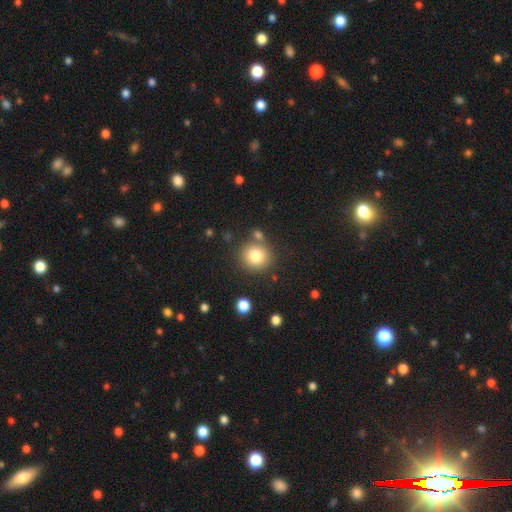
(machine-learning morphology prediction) Smooth or featured?
  - smooth: 81% *
  - star or artifact: 11%
  - featured or disk: 9%
How rounded?
  - round: 89% *
  - in between: 10%
  - cigar-shaped: 1%
Merging?
  - none: 77% *
  - merger: 11%
  - minor disturbance: 9%
  - major disturbance: 3%